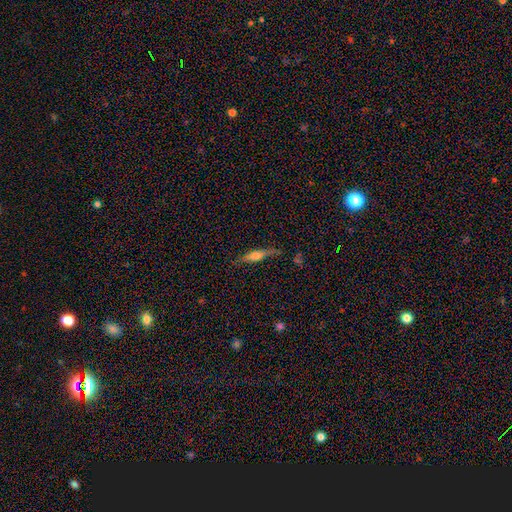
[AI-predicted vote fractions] smooth-or-featured: smooth: 47% | featured or disk: 45% | star or artifact: 8%
  merging: none: 70% | minor disturbance: 20% | major disturbance: 7% | merger: 3%